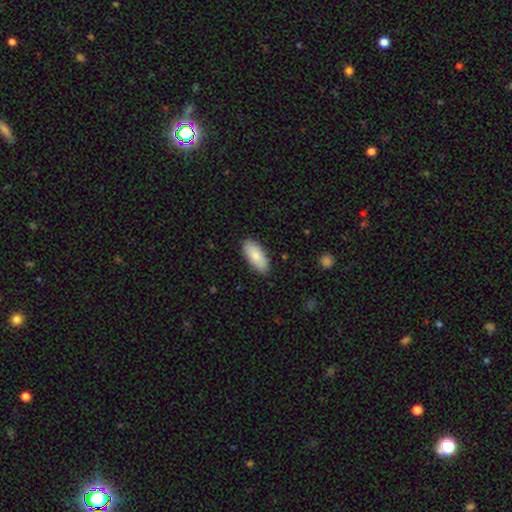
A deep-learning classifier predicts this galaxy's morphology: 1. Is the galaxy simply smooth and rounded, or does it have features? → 85% smooth, 10% featured or disk, 6% star or artifact.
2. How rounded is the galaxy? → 89% in between, 10% cigar-shaped, 2% round.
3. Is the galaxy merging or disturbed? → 88% none, 9% minor disturbance, 2% major disturbance, 1% merger.